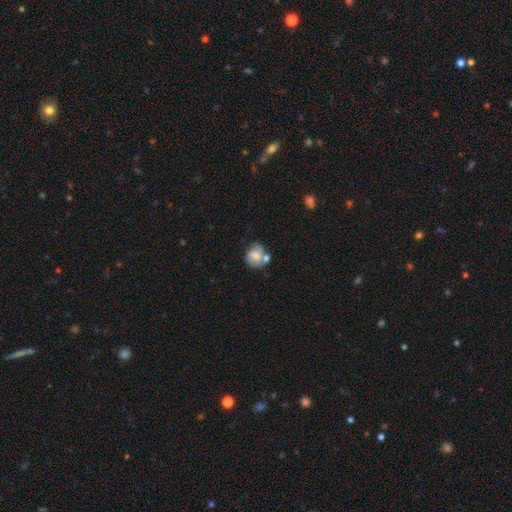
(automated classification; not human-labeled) Morphology: type=smooth (61%); roundness=round (65%); merging=none (40%).